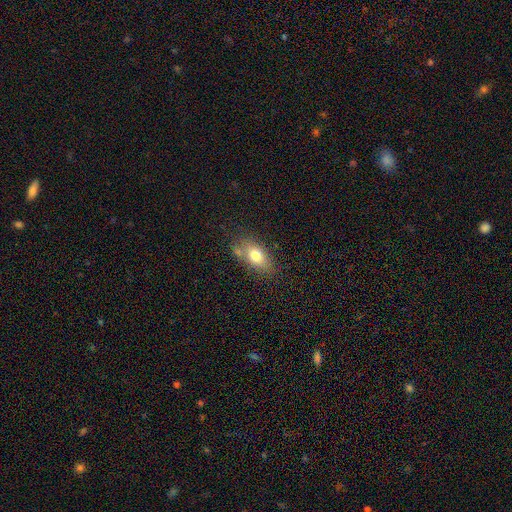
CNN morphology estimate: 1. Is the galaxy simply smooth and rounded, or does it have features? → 73% smooth, 18% featured or disk, 9% star or artifact.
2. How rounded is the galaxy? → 84% in between, 9% round, 6% cigar-shaped.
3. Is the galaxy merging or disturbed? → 66% none, 20% minor disturbance, 8% merger, 6% major disturbance.